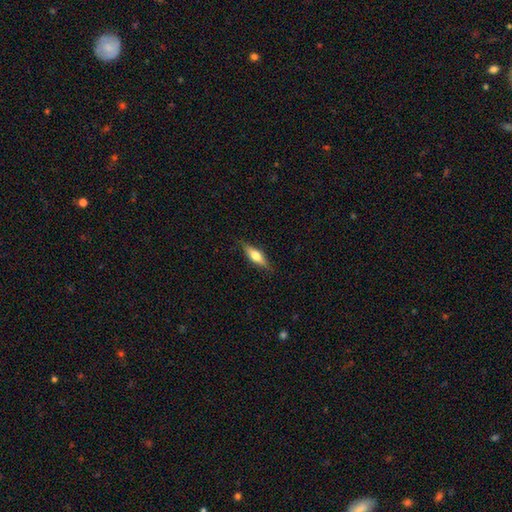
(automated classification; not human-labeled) This appears to be a smooth galaxy with no disk features (50%) that is cigar-shaped (53%). Merging: none (84%).